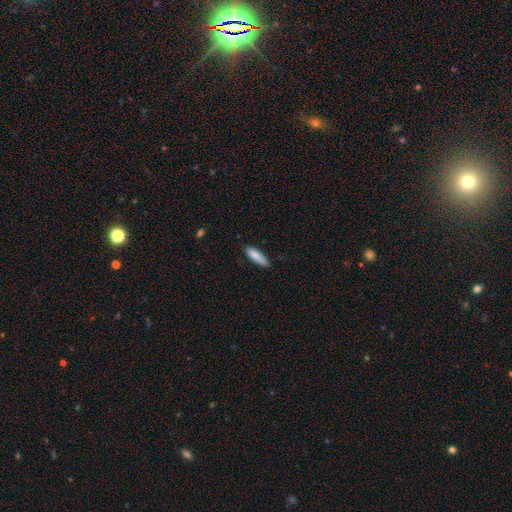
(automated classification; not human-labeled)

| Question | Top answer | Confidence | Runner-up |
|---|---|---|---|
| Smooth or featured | smooth | 86% | featured or disk (8%) |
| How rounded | cigar-shaped | 61% | in between (38%) |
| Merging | none | 80% | minor disturbance (17%) |